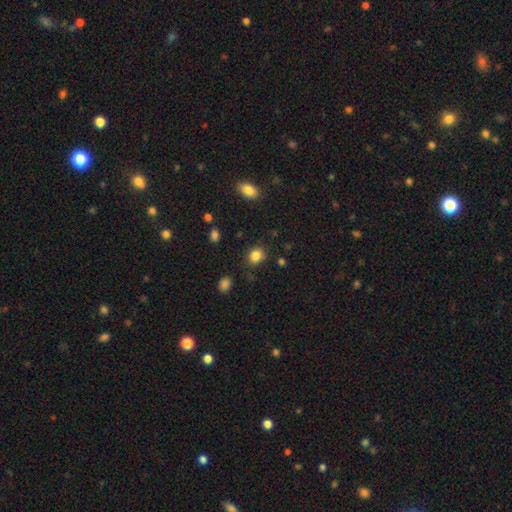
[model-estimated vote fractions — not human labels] Smooth or featured? Predicted: smooth (p=0.84). How rounded? Predicted: round (p=0.61). Merging? Predicted: none (p=0.79).